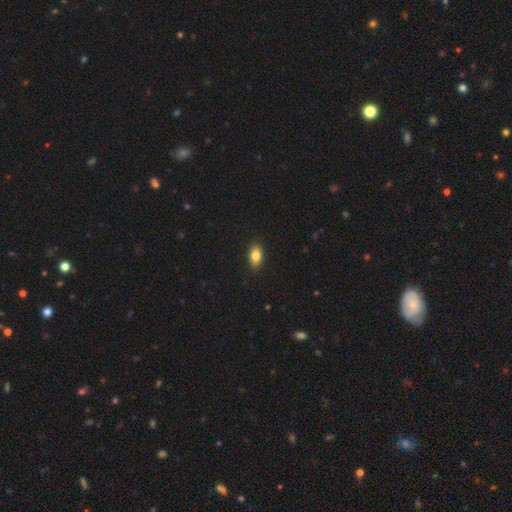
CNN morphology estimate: This is clearly a smooth galaxy (82%). How rounded: clearly in between (88%). Merging: clearly none (88%).